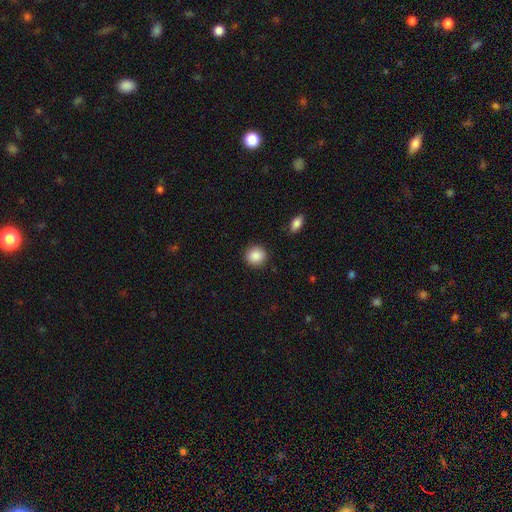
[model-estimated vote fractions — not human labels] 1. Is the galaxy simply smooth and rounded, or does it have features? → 88% smooth, 8% star or artifact, 4% featured or disk.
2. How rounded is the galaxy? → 88% round, 11% in between, 1% cigar-shaped.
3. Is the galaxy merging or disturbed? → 90% none, 6% minor disturbance, 2% major disturbance, 1% merger.